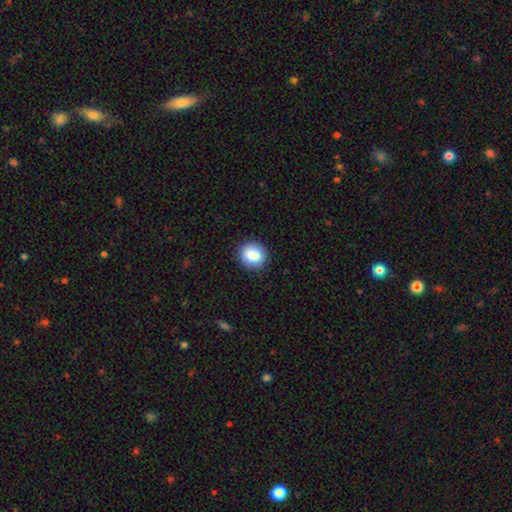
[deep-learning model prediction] Smooth or featured? smooth (80%)
How rounded? round (79%)
Merging? none (81%)